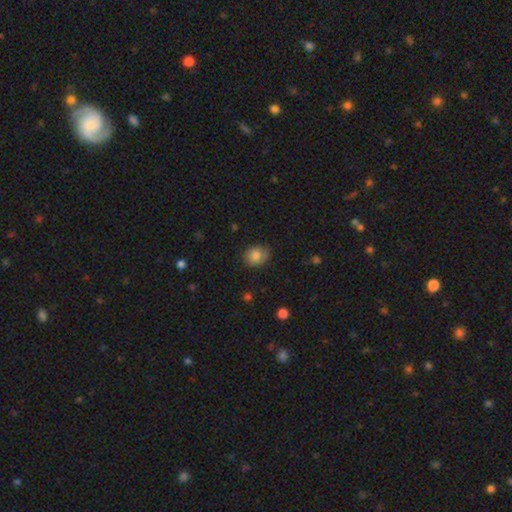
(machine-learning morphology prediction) Smooth or featured?
  - smooth: 84% *
  - star or artifact: 9%
  - featured or disk: 7%
How rounded?
  - round: 53% *
  - in between: 47%
  - cigar-shaped: 1%
Merging?
  - none: 81% *
  - minor disturbance: 15%
  - major disturbance: 3%
  - merger: 1%